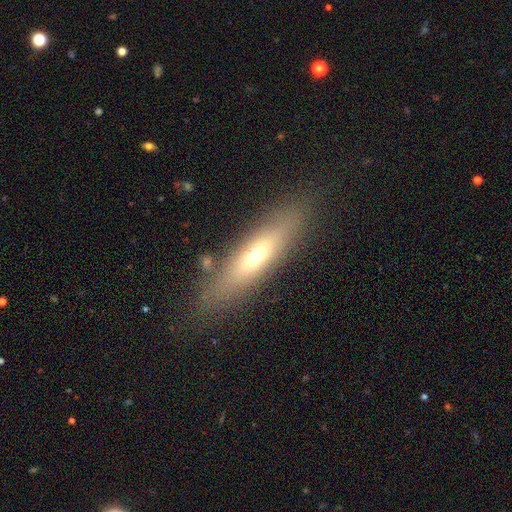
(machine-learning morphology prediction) Q: Smooth or featured?
A: smooth (53%); runner-up: featured or disk (38%)
Q: How rounded?
A: cigar-shaped (65%); runner-up: in between (33%)
Q: Merging?
A: none (81%); runner-up: minor disturbance (11%)